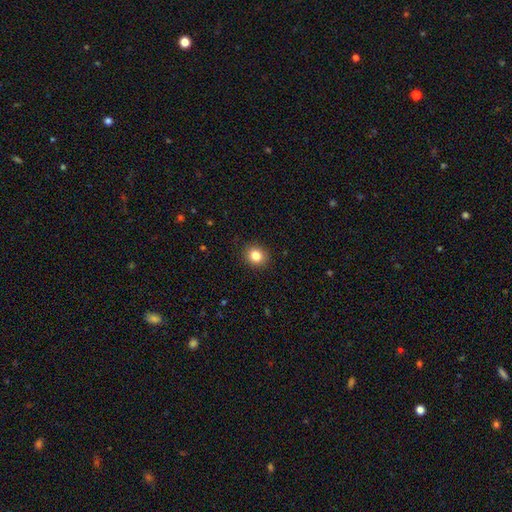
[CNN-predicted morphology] smooth 83%, star or artifact 11%, featured or disk 6%. Down the decision tree: how rounded — round (75%); merging — none (90%).